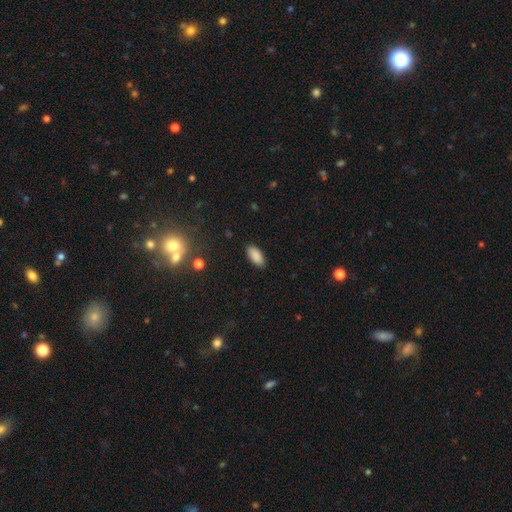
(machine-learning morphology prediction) smooth-or-featured: smooth: 88% | star or artifact: 8% | featured or disk: 4%
  how-rounded: in between: 92% | cigar-shaped: 6% | round: 2%
  merging: none: 88% | minor disturbance: 9% | major disturbance: 2% | merger: 1%